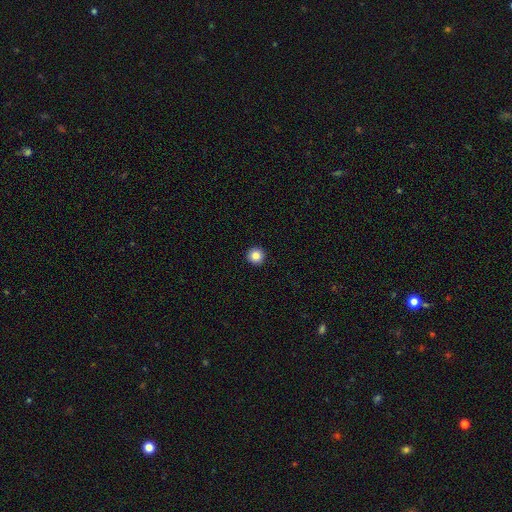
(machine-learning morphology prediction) A smooth galaxy with no disk features (85%) that is round (96%). Merging: none (94%).